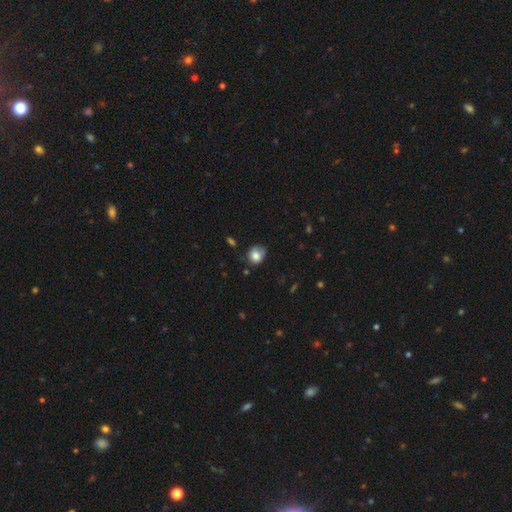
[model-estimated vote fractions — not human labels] Smooth or featured? smooth (78%)
How rounded? round (66%)
Merging? none (51%)